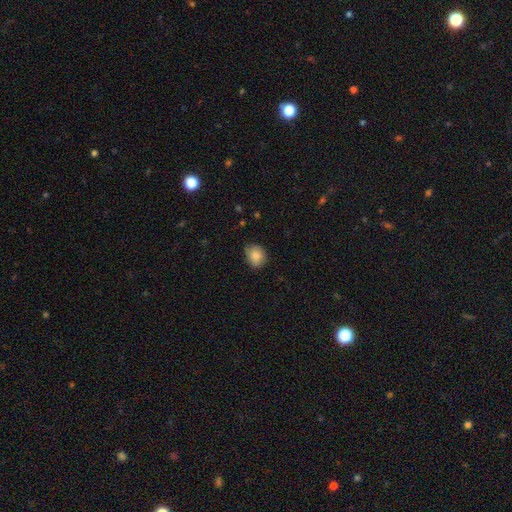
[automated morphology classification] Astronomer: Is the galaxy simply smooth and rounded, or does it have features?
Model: smooth — 83%.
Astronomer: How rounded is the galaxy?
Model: round — 62%.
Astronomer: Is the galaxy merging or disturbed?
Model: none — 69%.